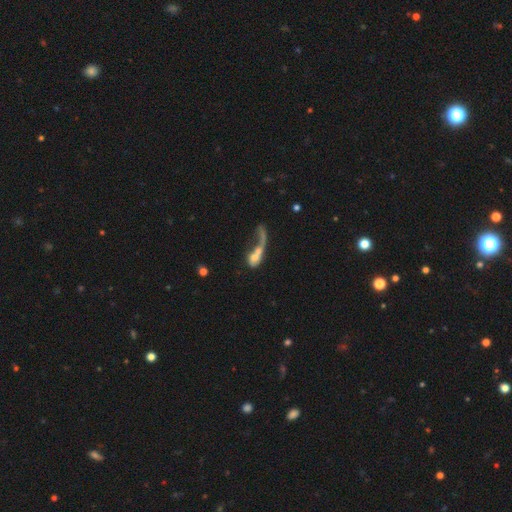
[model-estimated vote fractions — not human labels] smooth_or_featured: featured or disk (p=0.47) [alt: smooth p=0.44]
merging: merger (p=0.44) [alt: major disturbance p=0.35]